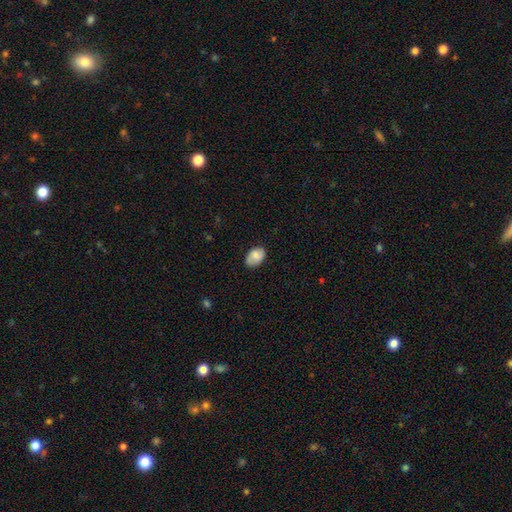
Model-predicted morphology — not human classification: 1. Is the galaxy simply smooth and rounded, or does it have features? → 82% smooth, 11% featured or disk, 7% star or artifact.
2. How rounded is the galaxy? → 87% in between, 12% round, 1% cigar-shaped.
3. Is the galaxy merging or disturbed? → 76% none, 19% minor disturbance, 3% major disturbance, 1% merger.